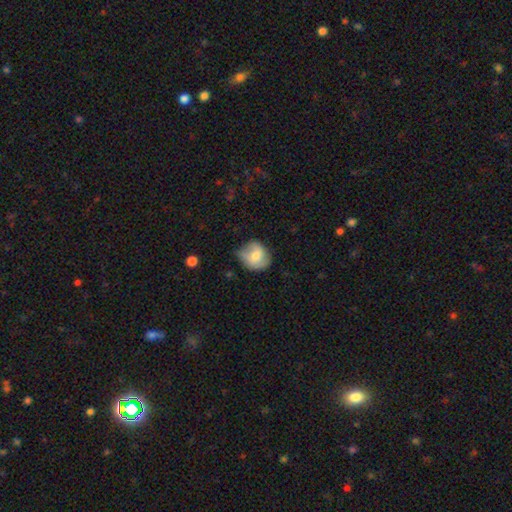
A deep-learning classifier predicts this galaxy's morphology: Q: Smooth or featured?
A: smooth (68%); runner-up: featured or disk (24%)
Q: How rounded?
A: round (70%); runner-up: in between (29%)
Q: Merging?
A: none (48%); runner-up: minor disturbance (38%)